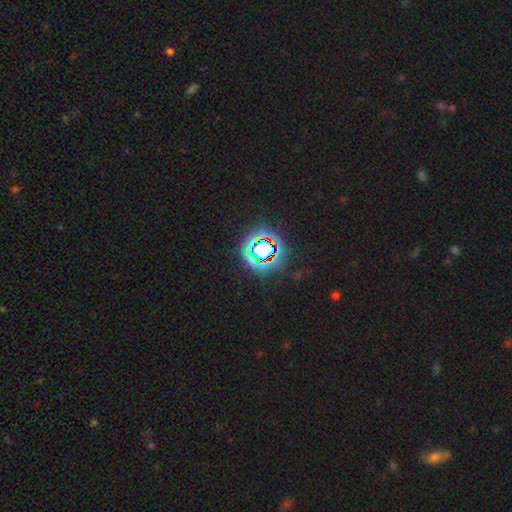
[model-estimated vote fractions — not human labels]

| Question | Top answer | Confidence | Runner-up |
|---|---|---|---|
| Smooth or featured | star or artifact | 68% | smooth (20%) |